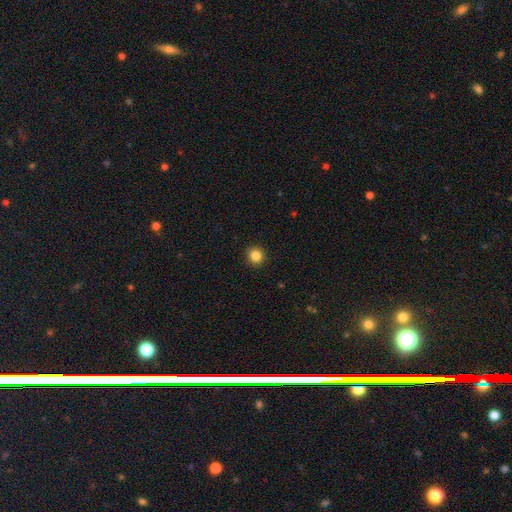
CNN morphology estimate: type=smooth (85%); roundness=round (93%); merging=none (92%).